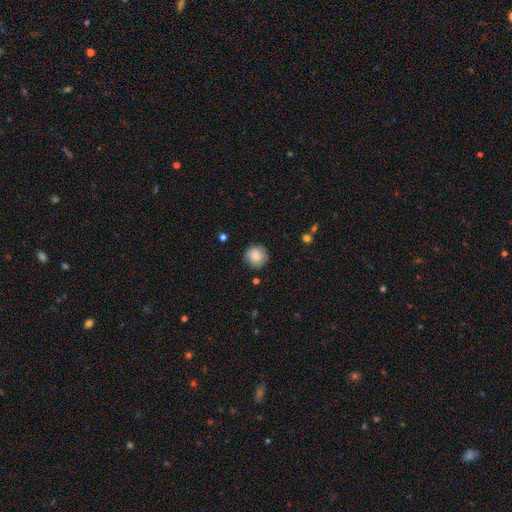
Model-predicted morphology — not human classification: Overall: smooth (77%). How rounded: round (92%). Merging: none (80%).